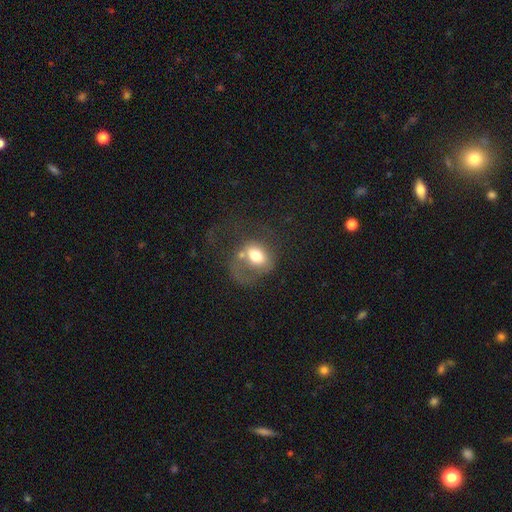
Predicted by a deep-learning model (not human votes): Morphology: type=smooth (60%); roundness=in between (60%); merging=major disturbance (43%).